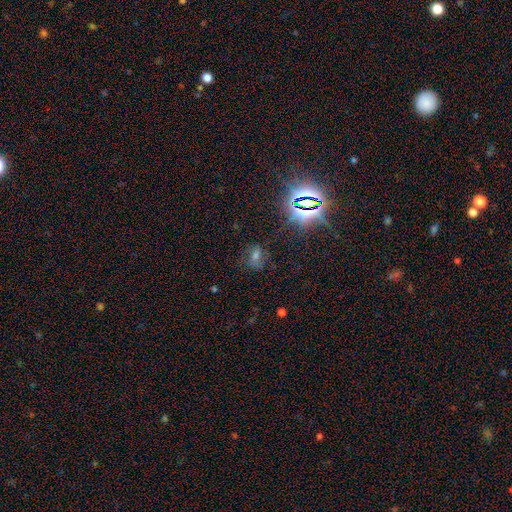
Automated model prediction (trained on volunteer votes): Smooth or featured? star or artifact (49%)